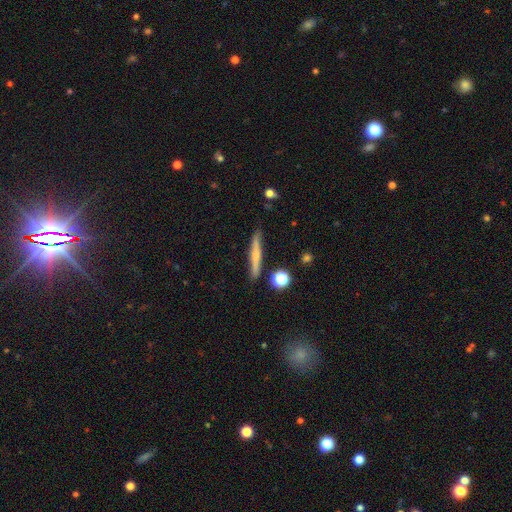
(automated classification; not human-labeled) A featured or disk galaxy (51%) viewed edge-on (94%). Merging: none (85%).